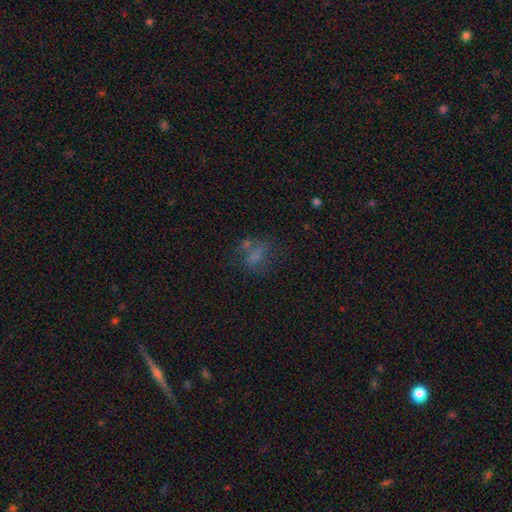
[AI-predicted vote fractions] Smooth or featured: smooth — 47% (star or artifact — 29%)
Merging: none — 50% (minor disturbance — 18%)